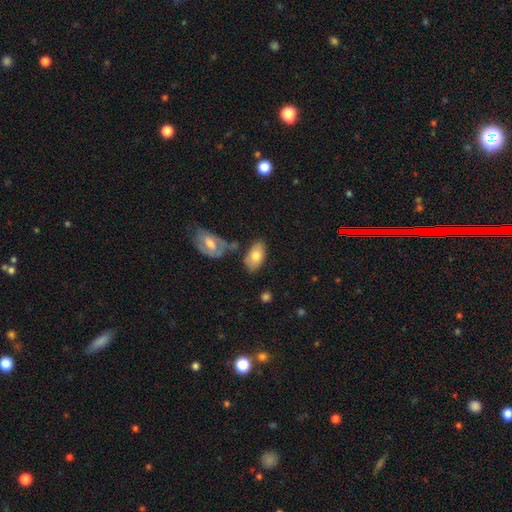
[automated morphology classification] Overall: smooth (74%). How rounded: in between (93%). Merging: none (65%).